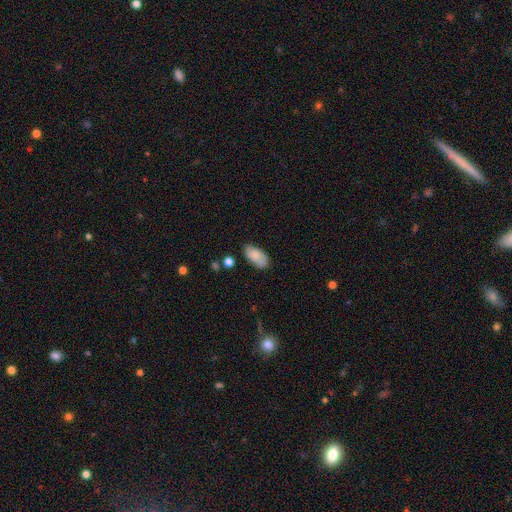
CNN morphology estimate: smooth_or_featured: smooth (p=0.81) [alt: featured or disk p=0.12]
how_rounded: in between (p=0.93) [alt: cigar-shaped p=0.04]
merging: none (p=0.73) [alt: minor disturbance p=0.20]